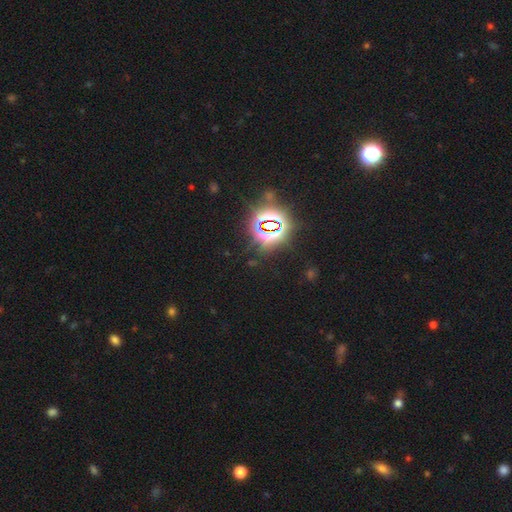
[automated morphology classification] The model was most divided on "smooth or featured": star or artifact: 81%, smooth: 13%, featured or disk: 6%.